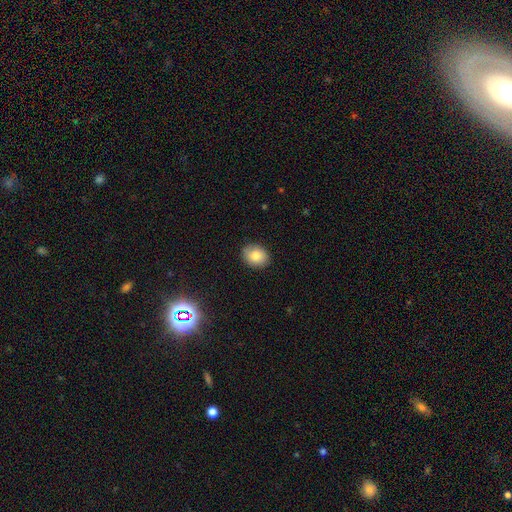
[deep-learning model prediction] smooth_or_featured: smooth (p=0.81) [alt: featured or disk p=0.10]
how_rounded: in between (p=0.55) [alt: round p=0.44]
merging: none (p=0.87) [alt: minor disturbance p=0.10]